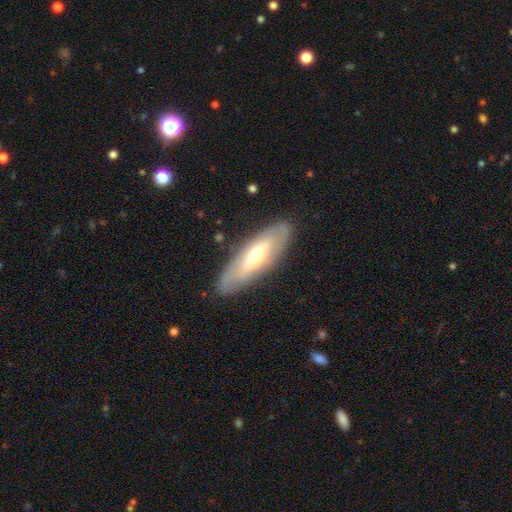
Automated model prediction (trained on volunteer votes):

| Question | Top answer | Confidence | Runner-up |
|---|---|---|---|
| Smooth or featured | featured or disk | 58% | smooth (36%) |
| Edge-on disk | no | 72% | yes (28%) |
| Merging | none | 83% | minor disturbance (12%) |